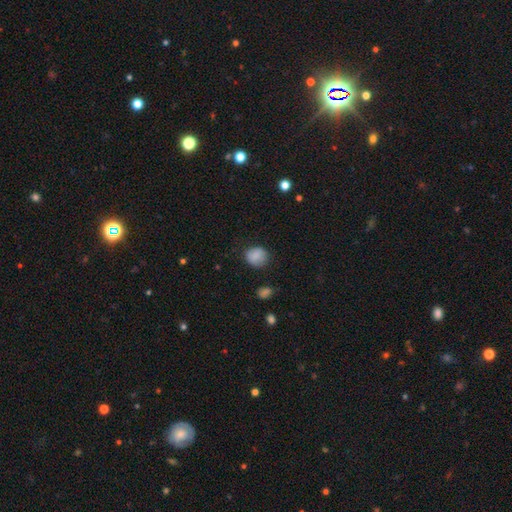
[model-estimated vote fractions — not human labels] Overall: smooth (84%). How rounded: round (74%). Merging: none (74%).